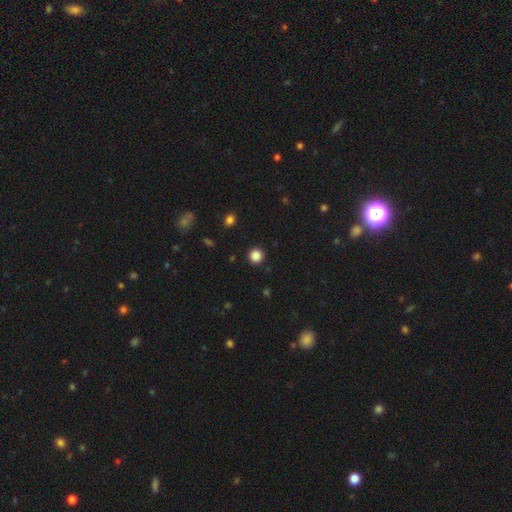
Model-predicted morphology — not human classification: Smooth or featured: smooth — 85% (star or artifact — 11%)
How rounded: round — 95% (in between — 4%)
Merging: none — 93% (minor disturbance — 4%)